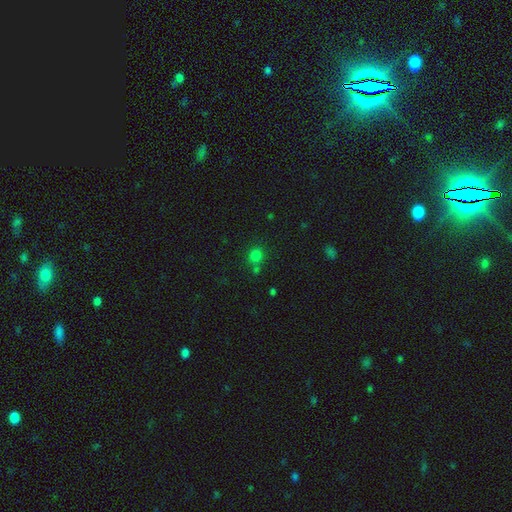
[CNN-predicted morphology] smooth 76%, star or artifact 18%, featured or disk 5%. Down the decision tree: how rounded — round (83%); merging — none (67%).